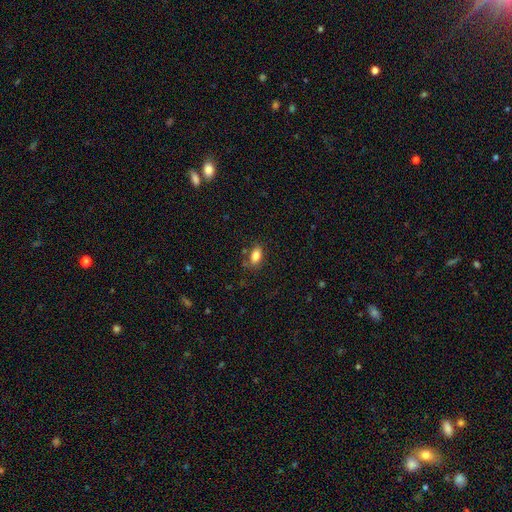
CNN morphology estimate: A smooth galaxy with no disk features (84%) that is in between round and cigar-shaped (89%). Merging: none (73%).